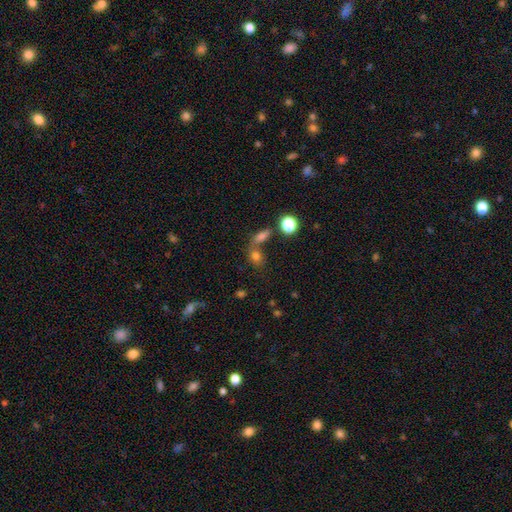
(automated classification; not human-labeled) Overall: smooth (53%; star or artifact 32%). How rounded: round (55%; in between 40%). Merging: none (47%; merger 35%).